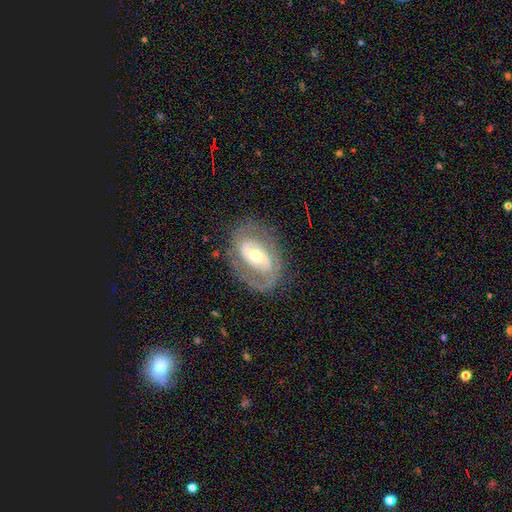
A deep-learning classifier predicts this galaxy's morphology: type=featured or disk (81%); edge-on=no (95%); bar=weak (36%); spiral arms=yes (81%); winding=tight (44%); arm count=2 (71%); bulge=moderate (58%); merging=none (74%).